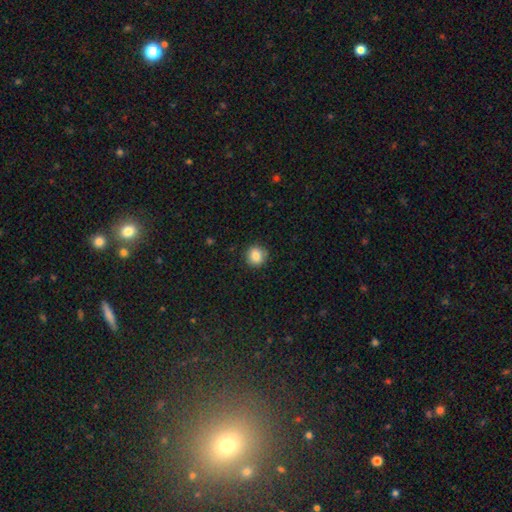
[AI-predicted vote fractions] This is clearly a smooth galaxy (84%). How rounded: clearly round (88%). Merging: clearly none (88%).